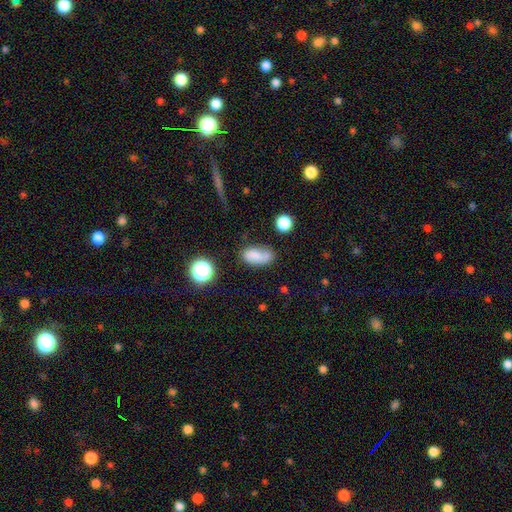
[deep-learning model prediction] Smooth or featured? Predicted: smooth (p=0.72). How rounded? Predicted: in between (p=0.88). Merging? Predicted: none (p=0.57).